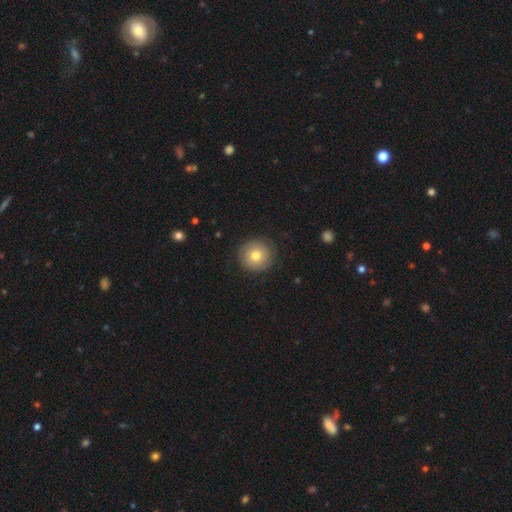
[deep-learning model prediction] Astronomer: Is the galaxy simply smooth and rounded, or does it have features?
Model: smooth — 69%.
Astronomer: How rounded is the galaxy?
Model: round — 94%.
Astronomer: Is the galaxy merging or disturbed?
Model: none — 85%.